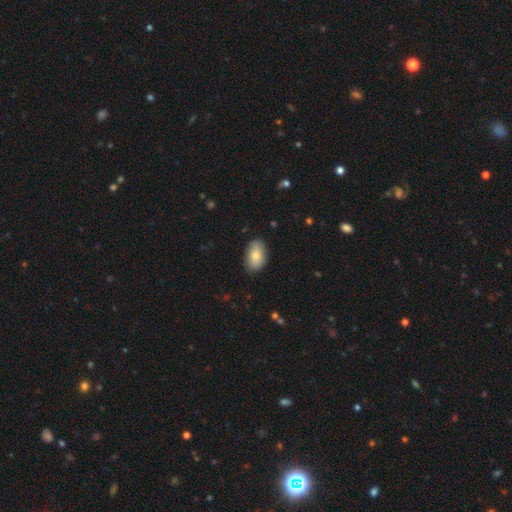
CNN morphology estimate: smooth-or-featured: smooth: 82% | featured or disk: 12% | star or artifact: 6%
  how-rounded: in between: 92% | round: 7% | cigar-shaped: 1%
  merging: none: 84% | minor disturbance: 13% | major disturbance: 2% | merger: 1%